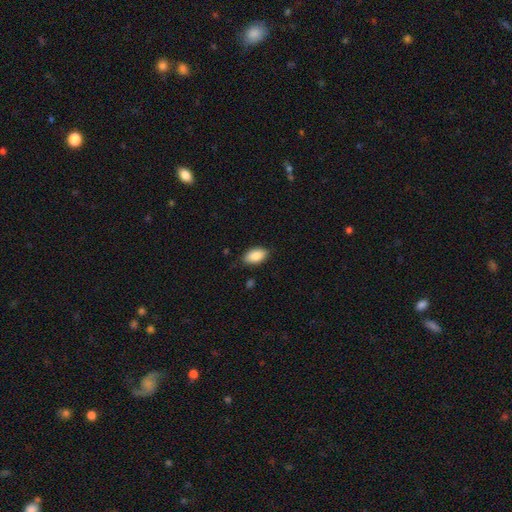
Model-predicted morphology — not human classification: This appears to be a smooth galaxy with no disk features (87%) that is in between round and cigar-shaped (93%). Merging: none (82%).